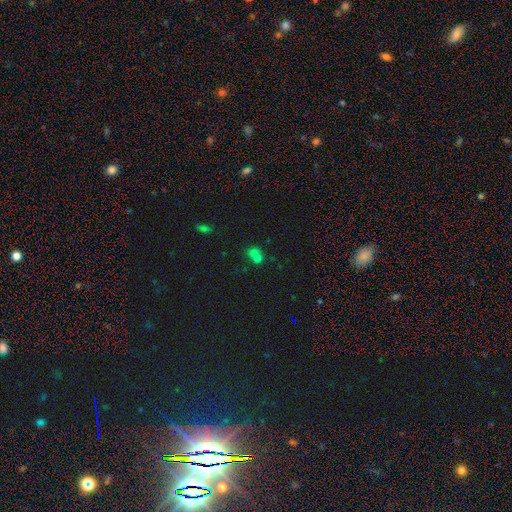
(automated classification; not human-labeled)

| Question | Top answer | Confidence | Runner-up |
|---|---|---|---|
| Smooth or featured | smooth | 59% | star or artifact (24%) |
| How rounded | round | 71% | in between (27%) |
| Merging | merger | 60% | none (30%) |